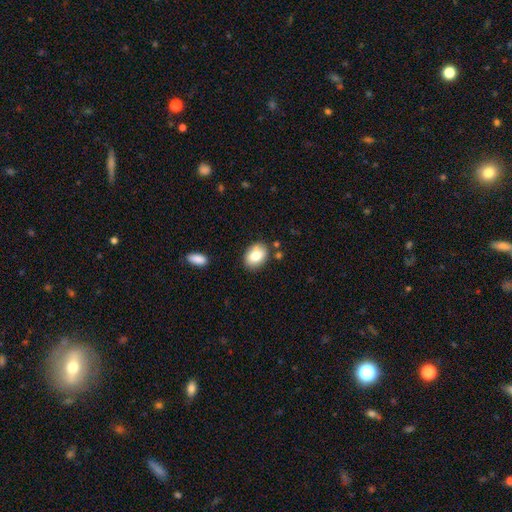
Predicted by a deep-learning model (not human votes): Overall: smooth (79%). How rounded: in between (74%). Merging: none (80%).